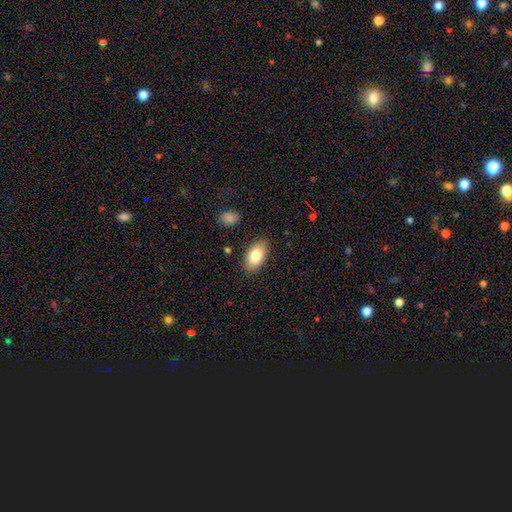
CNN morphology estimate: This is clearly a smooth galaxy (81%). How rounded: clearly in between (93%). Merging: clearly none (86%).